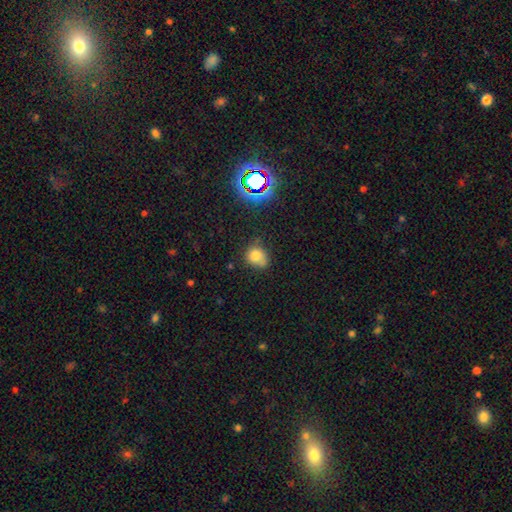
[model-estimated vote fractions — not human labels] Q: Smooth or featured?
A: smooth (76%); runner-up: star or artifact (15%)
Q: How rounded?
A: round (65%); runner-up: in between (33%)
Q: Merging?
A: none (53%); runner-up: minor disturbance (30%)